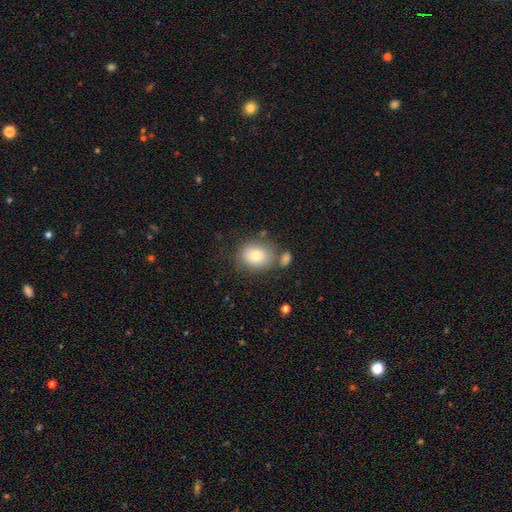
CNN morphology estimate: A smooth galaxy with no disk features (76%) that is round (52%).

Vote fractions:
- Smooth or featured? smooth: 76% / featured or disk: 15% / star or artifact: 9%
- How rounded? round: 52% / in between: 47% / cigar-shaped: 1%
- Merging? none: 67% / minor disturbance: 15% / merger: 13% / major disturbance: 5%